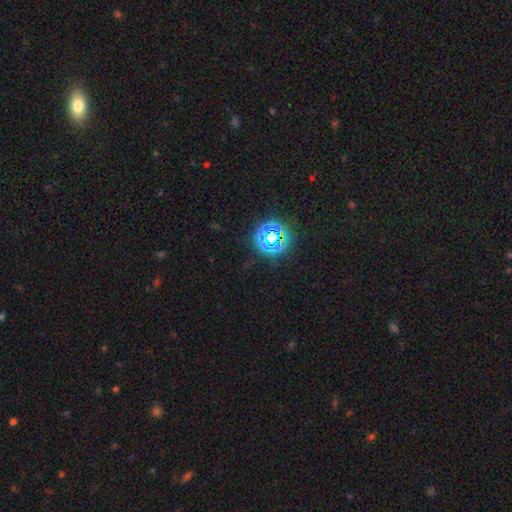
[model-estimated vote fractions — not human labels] star or artifact 65%, smooth 27%, featured or disk 8%.